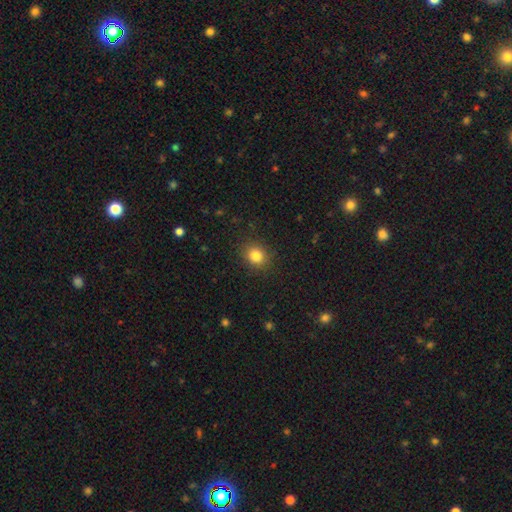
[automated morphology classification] This is clearly a smooth galaxy (83%). How rounded: likely round (72%). Merging: clearly none (88%).